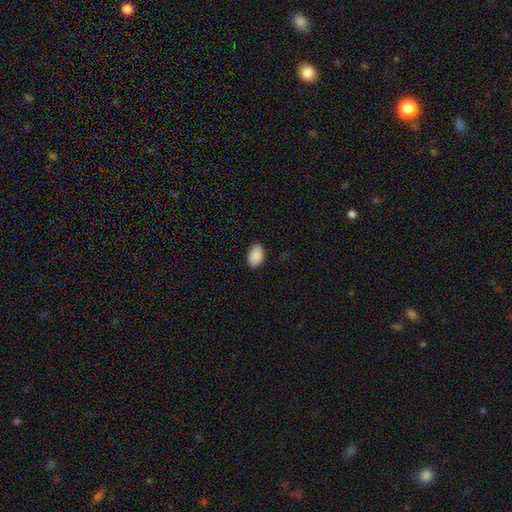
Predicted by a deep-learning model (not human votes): Smooth or featured: smooth — 90% (star or artifact — 7%)
How rounded: in between — 91% (round — 8%)
Merging: none — 87% (minor disturbance — 10%)